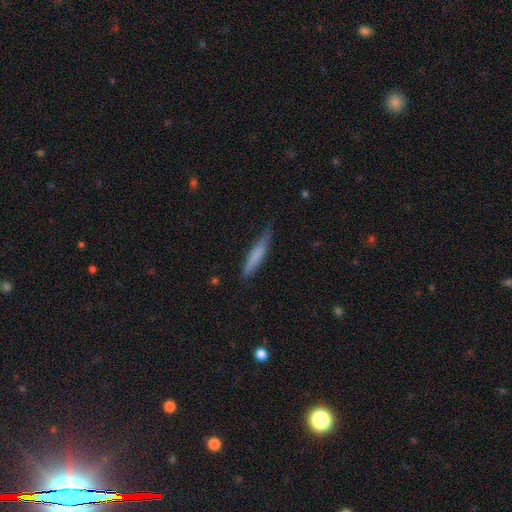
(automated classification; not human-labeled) The model was most divided on "smooth or featured": smooth: 71%, featured or disk: 23%, star or artifact: 6%. More confident: how rounded — cigar-shaped (92%); merging — none (77%).